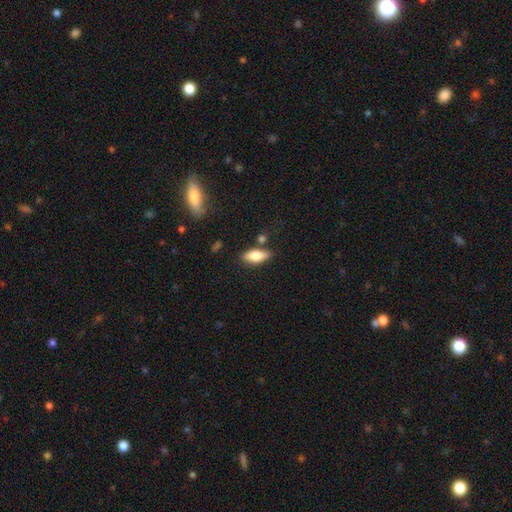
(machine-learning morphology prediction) Smooth or featured? smooth (75%)
How rounded? in between (77%)
Merging? none (77%)